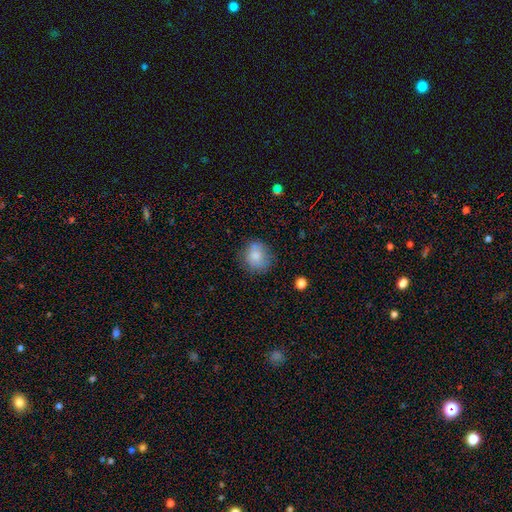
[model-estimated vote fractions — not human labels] This is clearly a smooth galaxy (80%). How rounded: likely round (76%). Merging: likely none (69%).